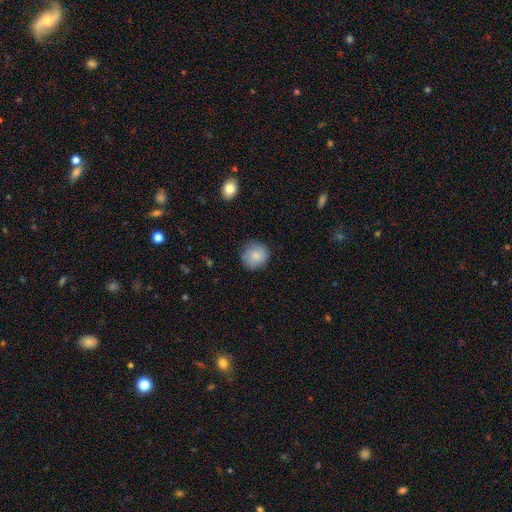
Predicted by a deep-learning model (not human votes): A smooth galaxy with no disk features (81%) that is round (91%).

Vote fractions:
- Smooth or featured? smooth: 81% / featured or disk: 12% / star or artifact: 7%
- How rounded? round: 91% / in between: 8% / cigar-shaped: 1%
- Merging? none: 85% / minor disturbance: 12% / major disturbance: 3% / merger: 1%